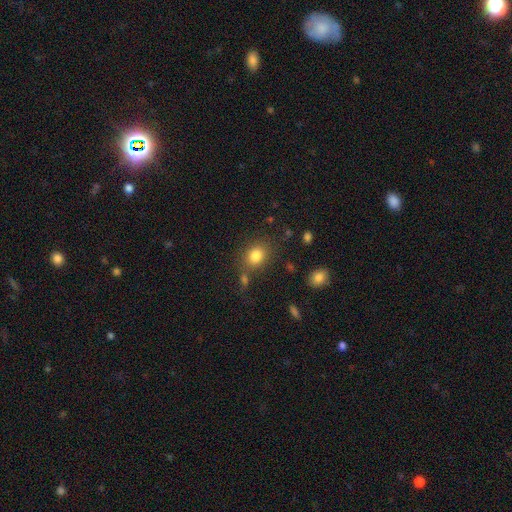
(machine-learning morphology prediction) smooth 82%, star or artifact 11%, featured or disk 7%. Down the decision tree: how rounded — round (53%); merging — none (74%).